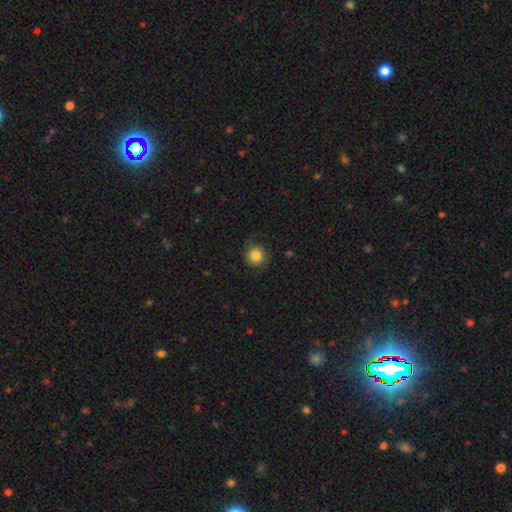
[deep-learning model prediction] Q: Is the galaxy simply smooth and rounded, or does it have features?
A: smooth — 83%.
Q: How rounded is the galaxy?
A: round — 91%.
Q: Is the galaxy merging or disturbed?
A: none — 80%.